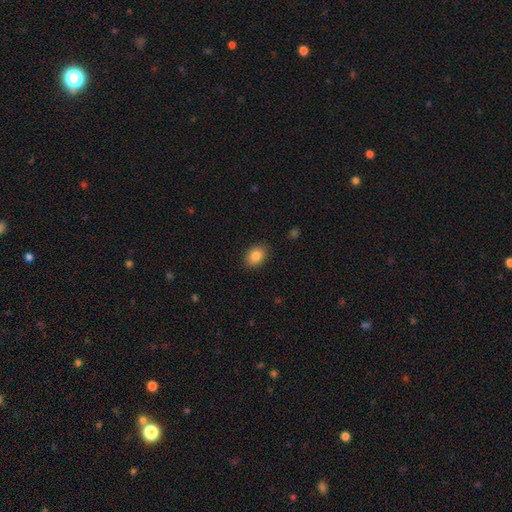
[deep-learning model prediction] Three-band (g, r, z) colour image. It shows a smooth galaxy with no disk features (86%) that is in between round and cigar-shaped (70%). Merging: none (89%).